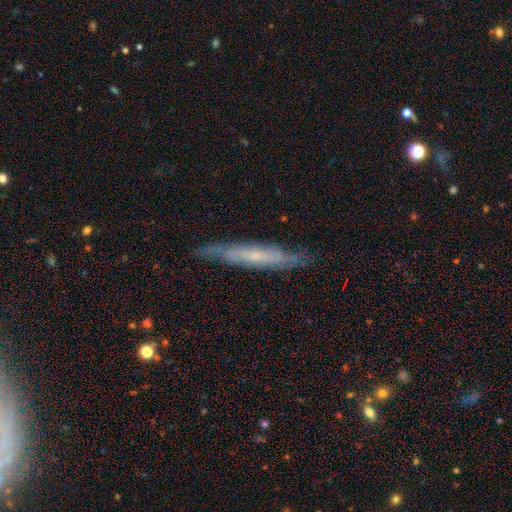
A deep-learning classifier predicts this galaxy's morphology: featured or disk 62%, smooth 31%, star or artifact 7%. Down the decision tree: edge-on disk — yes (68%); merging — none (79%).